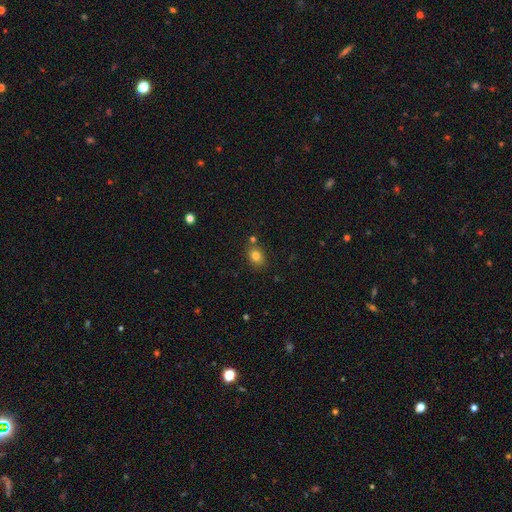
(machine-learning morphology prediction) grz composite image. It shows a smooth galaxy with no disk features (80%) that is round (54%). Merging: none (75%).